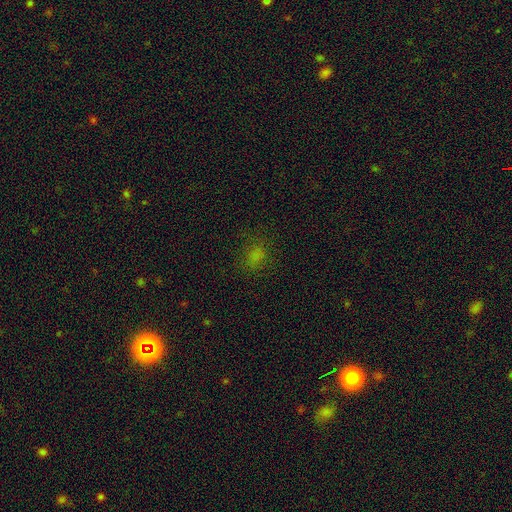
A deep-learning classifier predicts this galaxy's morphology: smooth-or-featured: smooth: 71% | star or artifact: 22% | featured or disk: 7%
  how-rounded: in between: 53% | round: 45% | cigar-shaped: 2%
  merging: none: 75% | minor disturbance: 16% | major disturbance: 8% | merger: 1%